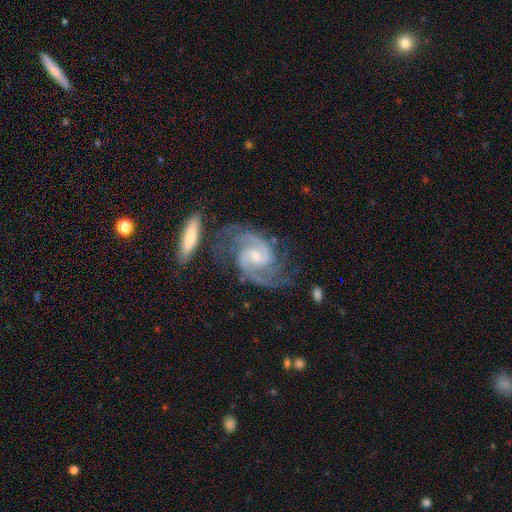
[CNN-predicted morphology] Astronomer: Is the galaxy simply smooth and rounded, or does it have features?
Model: featured or disk — 93%.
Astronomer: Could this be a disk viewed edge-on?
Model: no — 98%.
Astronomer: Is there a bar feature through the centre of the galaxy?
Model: weak — 48% (runner-up: no, 41%).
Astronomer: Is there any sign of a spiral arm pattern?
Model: yes — 99%.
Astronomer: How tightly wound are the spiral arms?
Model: medium — 61%.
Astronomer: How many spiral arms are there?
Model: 2 — 86%.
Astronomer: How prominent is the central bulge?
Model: small — 57% (runner-up: moderate, 35%).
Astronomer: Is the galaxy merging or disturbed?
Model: none — 60%.